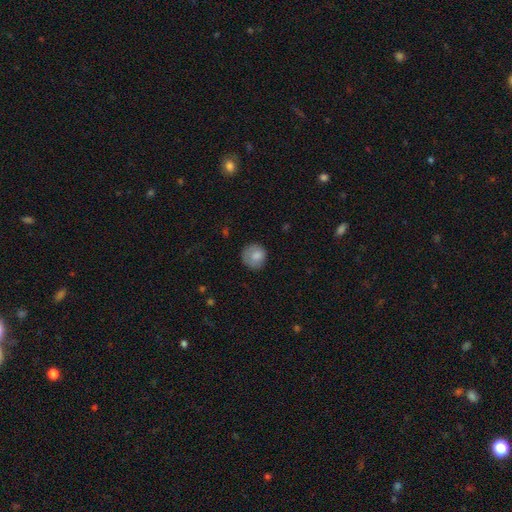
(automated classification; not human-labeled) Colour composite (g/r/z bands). It shows a smooth galaxy with no disk features (81%) that is round (87%). Merging: none (71%).